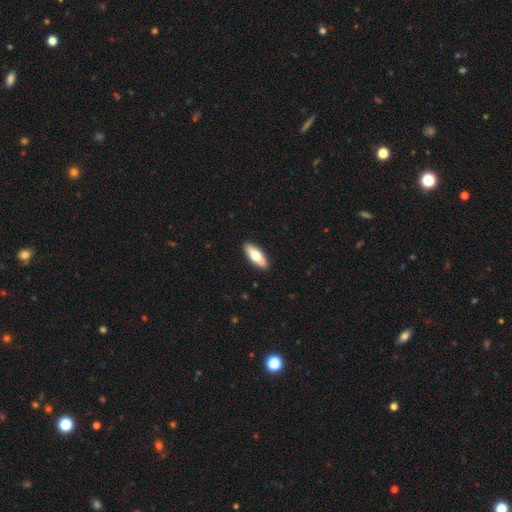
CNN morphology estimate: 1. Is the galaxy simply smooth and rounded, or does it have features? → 64% smooth, 30% featured or disk, 6% star or artifact.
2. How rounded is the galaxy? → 71% in between, 27% cigar-shaped, 2% round.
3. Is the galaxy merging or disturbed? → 79% none, 12% minor disturbance, 7% merger, 2% major disturbance.